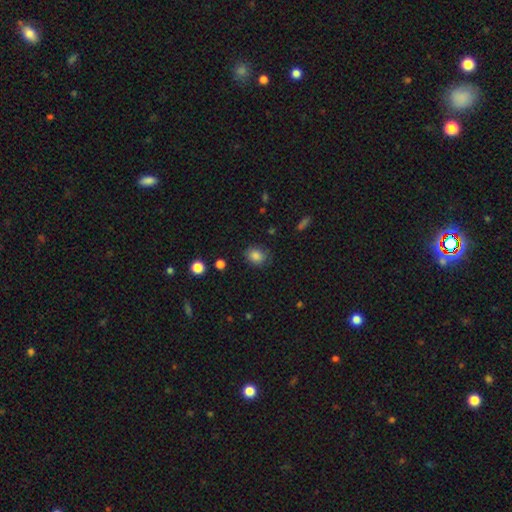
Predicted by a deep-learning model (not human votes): smooth-or-featured: smooth: 85% | star or artifact: 10% | featured or disk: 5%
  how-rounded: round: 54% | in between: 45% | cigar-shaped: 1%
  merging: none: 78% | minor disturbance: 16% | major disturbance: 4% | merger: 2%